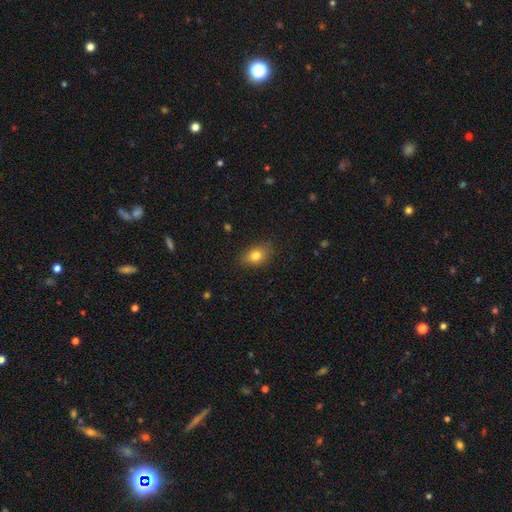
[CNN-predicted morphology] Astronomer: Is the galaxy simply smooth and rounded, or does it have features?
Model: smooth — 81%.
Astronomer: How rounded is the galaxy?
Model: in between — 80%.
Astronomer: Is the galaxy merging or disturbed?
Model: none — 82%.